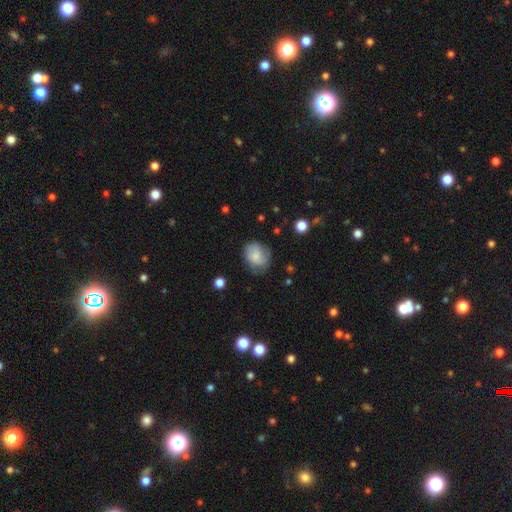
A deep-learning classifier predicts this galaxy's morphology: smooth-or-featured: smooth: 75% | featured or disk: 17% | star or artifact: 8%
  how-rounded: round: 62% | in between: 37% | cigar-shaped: 1%
  merging: none: 64% | minor disturbance: 26% | major disturbance: 9% | merger: 2%